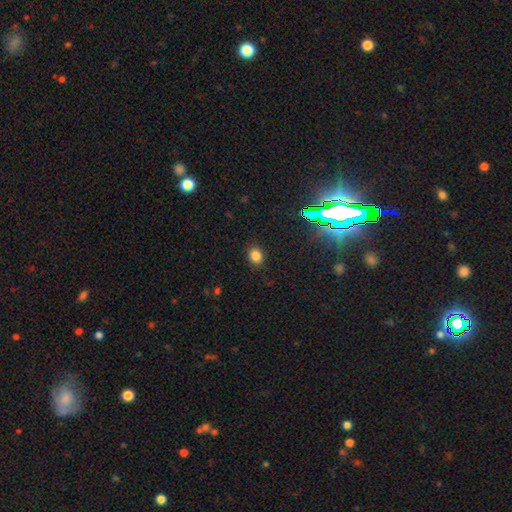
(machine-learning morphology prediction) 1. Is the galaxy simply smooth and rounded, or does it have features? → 81% smooth, 15% star or artifact, 5% featured or disk.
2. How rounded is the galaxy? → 63% round, 36% in between, 1% cigar-shaped.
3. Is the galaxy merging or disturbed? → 88% none, 8% minor disturbance, 3% major disturbance, 1% merger.